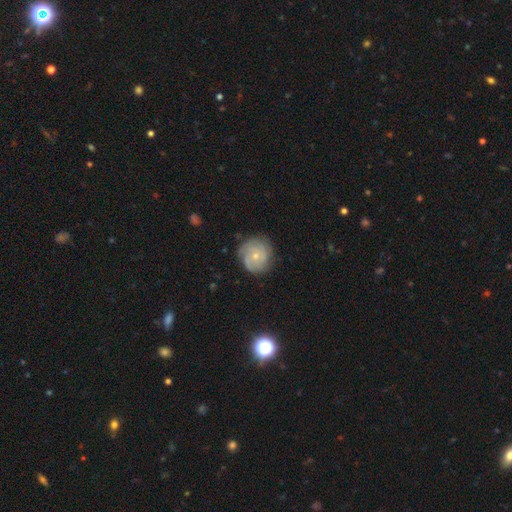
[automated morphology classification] Smooth or featured? featured or disk (59%)
Edge-on disk? no (97%)
Bar? no (81%)
Spiral arms? yes (84%)
Bulge size? small (66%)
Merging? none (74%)